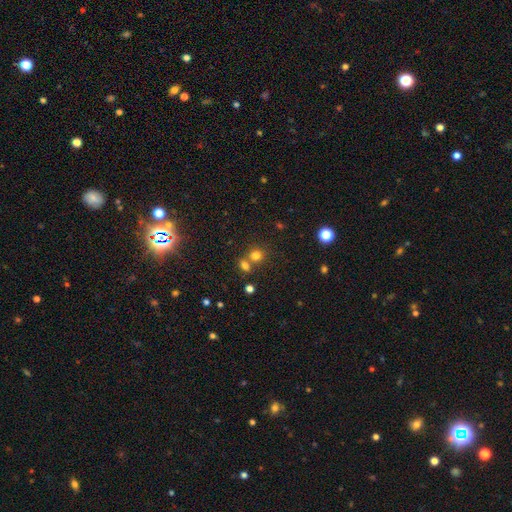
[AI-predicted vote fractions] A smooth galaxy with no disk features (75%) that is round (80%).

Vote fractions:
- Smooth or featured? smooth: 75% / star or artifact: 17% / featured or disk: 8%
- How rounded? round: 80% / in between: 19% / cigar-shaped: 1%
- Merging? none: 54% / merger: 35% / minor disturbance: 8% / major disturbance: 3%